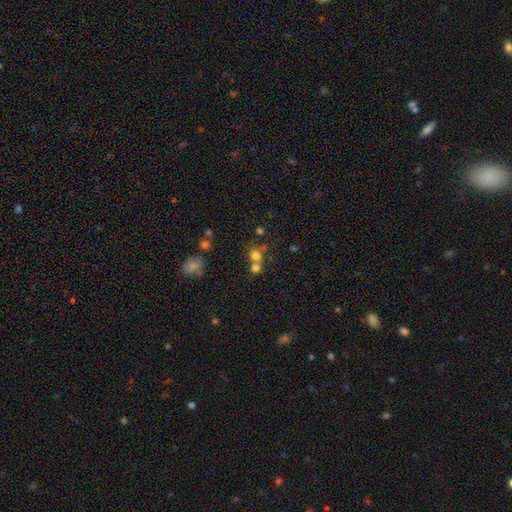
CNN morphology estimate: The model was most divided on "merging": none: 46%, merger: 43%, minor disturbance: 7%, major disturbance: 4%. More confident: how rounded — round (84%); smooth or featured — smooth (72%).